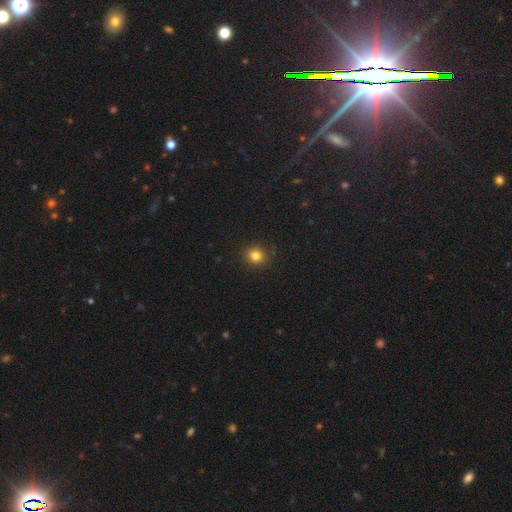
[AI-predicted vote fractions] Overall: smooth (82%). How rounded: round (88%). Merging: none (89%).